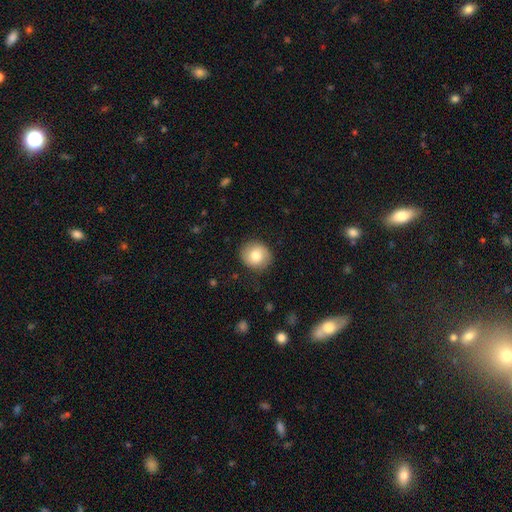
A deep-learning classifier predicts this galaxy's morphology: Smooth or featured? smooth (76%)
How rounded? round (87%)
Merging? none (86%)